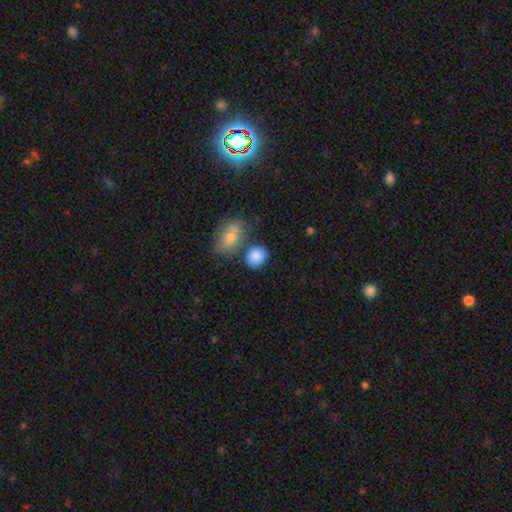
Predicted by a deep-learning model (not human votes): Smooth or featured? smooth (86%)
How rounded? in between (50%)
Merging? none (65%)